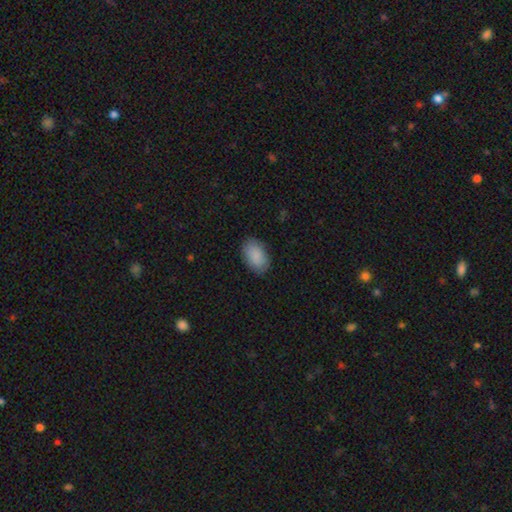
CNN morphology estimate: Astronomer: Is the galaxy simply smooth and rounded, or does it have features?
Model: smooth — 89%.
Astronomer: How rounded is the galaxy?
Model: in between — 92%.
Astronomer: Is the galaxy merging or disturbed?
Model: none — 85%.